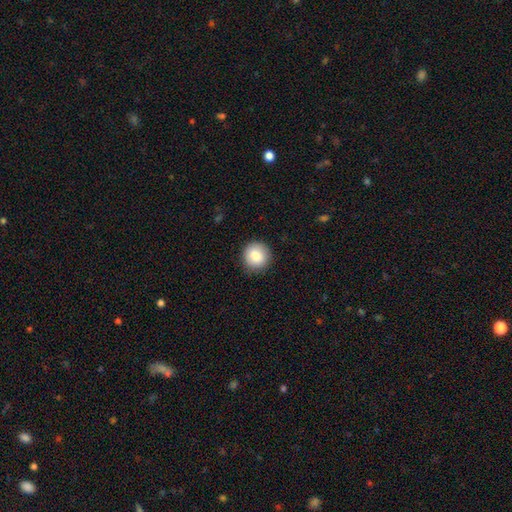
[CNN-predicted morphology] smooth 85%, star or artifact 8%, featured or disk 7%. Down the decision tree: how rounded — round (91%); merging — none (87%).